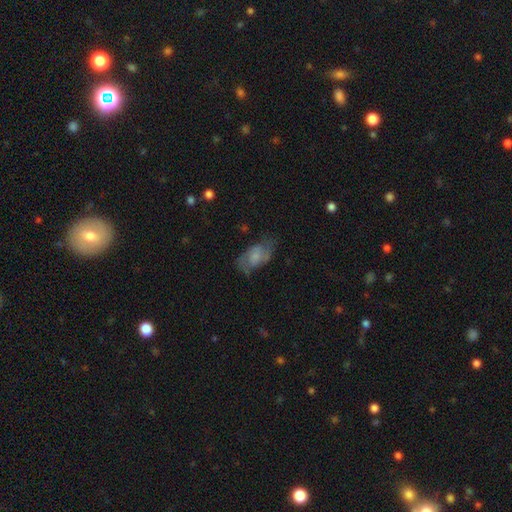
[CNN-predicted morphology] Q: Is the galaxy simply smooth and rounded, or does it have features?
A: featured or disk — 50%.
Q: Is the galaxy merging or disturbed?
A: none — 59%.